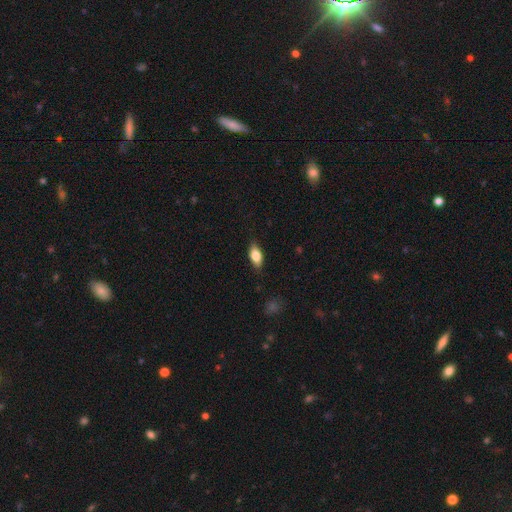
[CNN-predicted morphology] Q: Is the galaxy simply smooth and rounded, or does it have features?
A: smooth — 78%.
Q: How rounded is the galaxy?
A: in between — 85%.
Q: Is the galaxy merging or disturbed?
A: none — 83%.